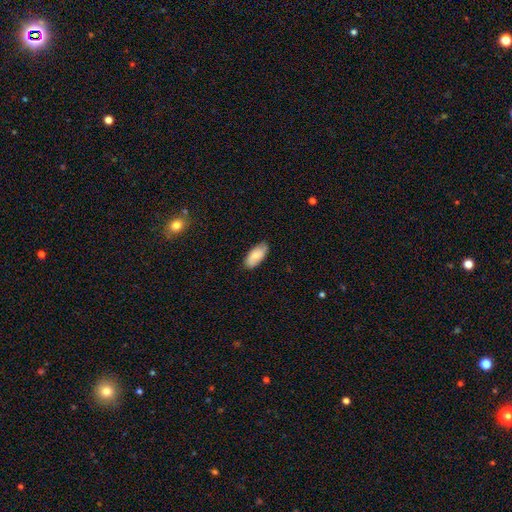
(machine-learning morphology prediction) This is likely a smooth galaxy (76%). How rounded: clearly in between (91%). Merging: clearly none (81%).